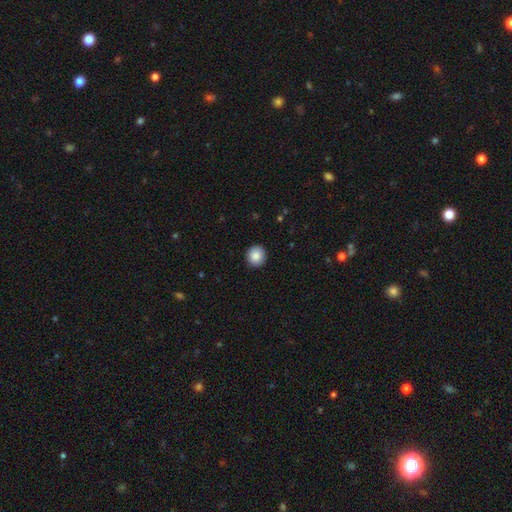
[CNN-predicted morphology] Overall: smooth (88%). How rounded: round (91%). Merging: none (92%).